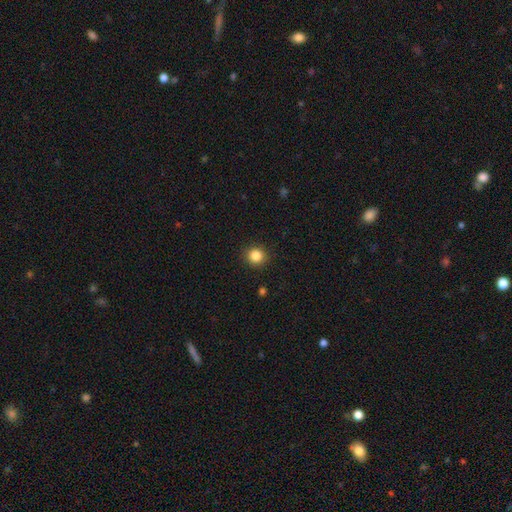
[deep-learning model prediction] Smooth or featured? Predicted: smooth (p=0.85). How rounded? Predicted: round (p=0.92). Merging? Predicted: none (p=0.91).